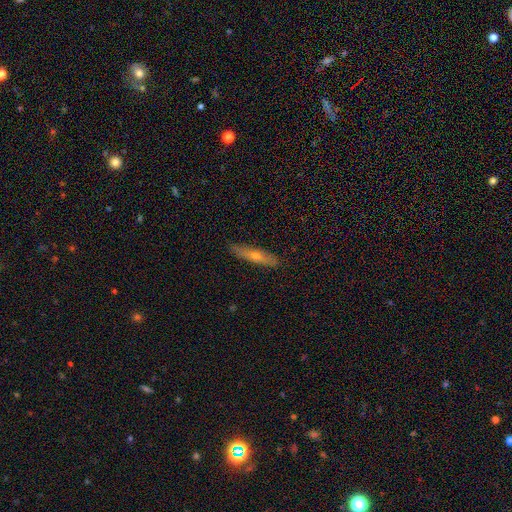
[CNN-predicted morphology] Smooth or featured? Predicted: smooth (p=0.49). Merging? Predicted: none (p=0.88).